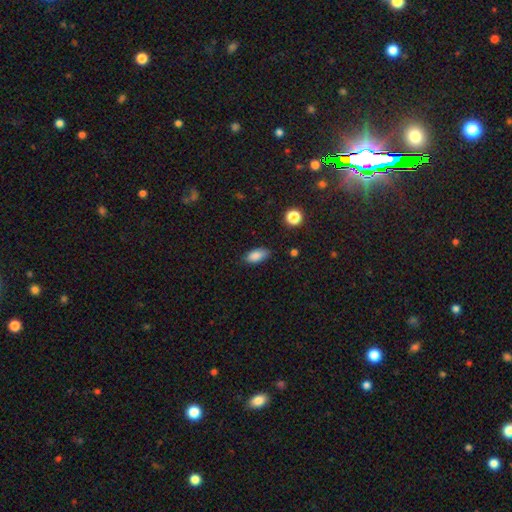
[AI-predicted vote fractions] smooth_or_featured: smooth (p=0.86) [alt: star or artifact p=0.09]
how_rounded: in between (p=0.90) [alt: cigar-shaped p=0.06]
merging: none (p=0.78) [alt: minor disturbance p=0.17]